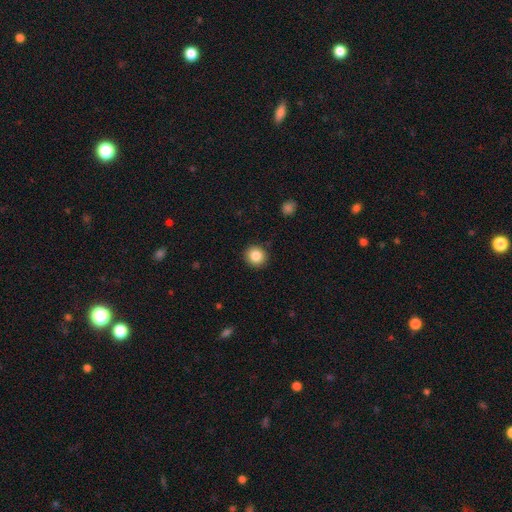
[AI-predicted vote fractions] Smooth or featured?
  - smooth: 85% *
  - star or artifact: 9%
  - featured or disk: 5%
How rounded?
  - round: 93% *
  - in between: 6%
  - cigar-shaped: 1%
Merging?
  - none: 91% *
  - minor disturbance: 6%
  - major disturbance: 2%
  - merger: 1%